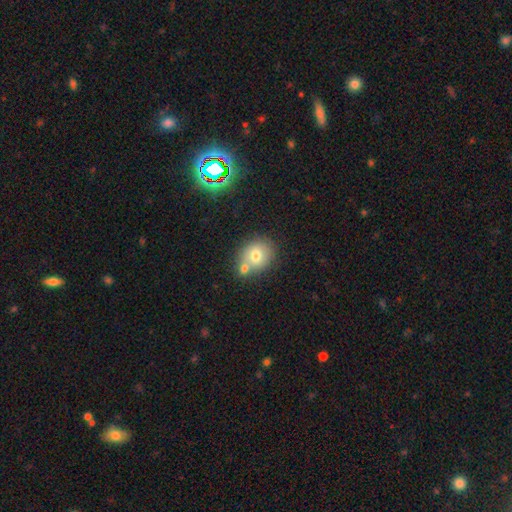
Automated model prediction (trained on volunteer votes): This is likely a smooth galaxy (73%). How rounded: likely round (70%). Merging: possibly none (52%).